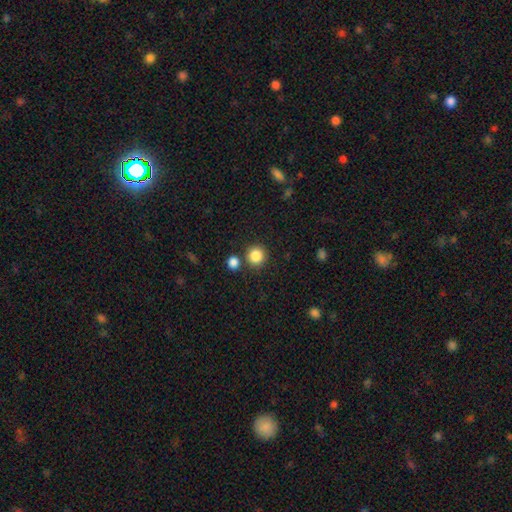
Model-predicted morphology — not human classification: Smooth or featured? Predicted: smooth (p=0.86). How rounded? Predicted: round (p=0.93). Merging? Predicted: none (p=0.82).